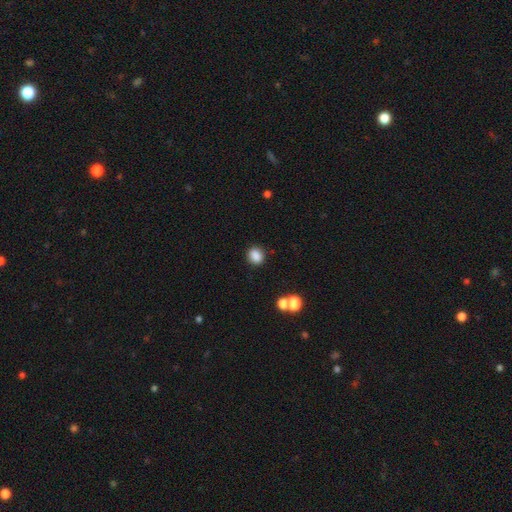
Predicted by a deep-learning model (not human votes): smooth 86%, star or artifact 10%, featured or disk 4%. Down the decision tree: how rounded — round (65%); merging — none (86%).